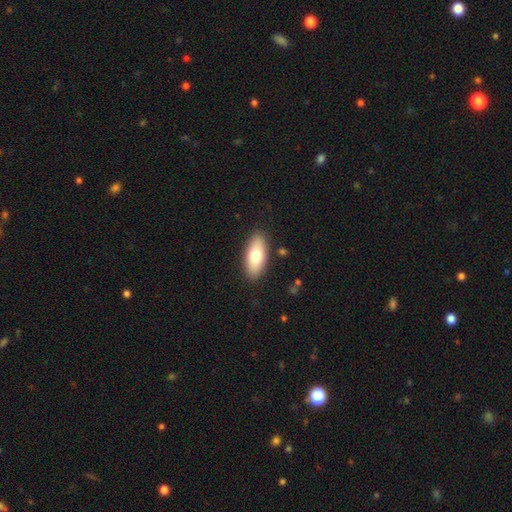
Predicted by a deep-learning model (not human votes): smooth-or-featured: smooth: 74% | featured or disk: 20% | star or artifact: 6%
  how-rounded: in between: 85% | cigar-shaped: 12% | round: 3%
  merging: none: 88% | minor disturbance: 8% | major disturbance: 2% | merger: 1%